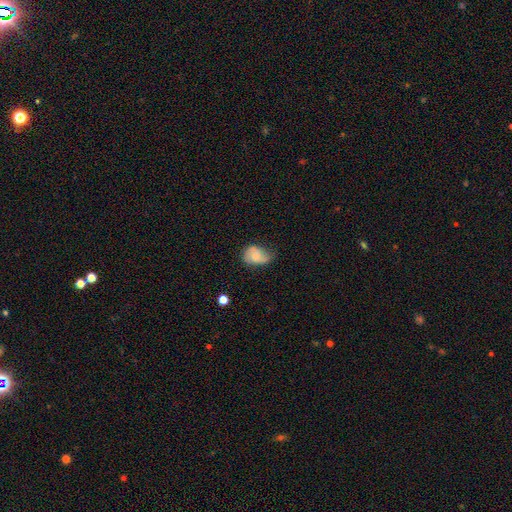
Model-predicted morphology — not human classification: A smooth galaxy with no disk features (52%) that is in between round and cigar-shaped (70%). Merging: none (45%).